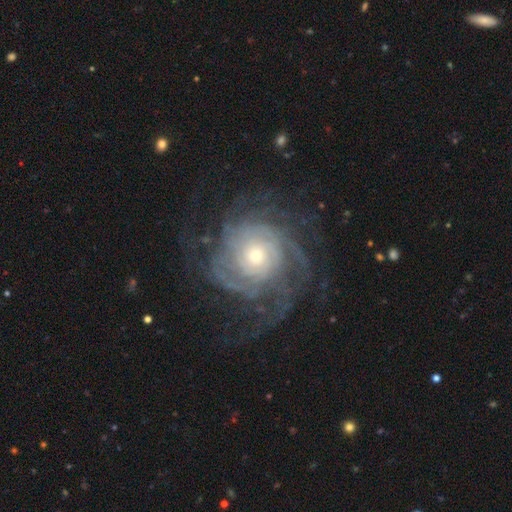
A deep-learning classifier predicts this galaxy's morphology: Q: Smooth or featured?
A: featured or disk (86%); runner-up: smooth (7%)
Q: Edge-on disk?
A: no (97%); runner-up: yes (3%)
Q: Bar?
A: no (81%); runner-up: weak (15%)
Q: Spiral arms?
A: yes (95%); runner-up: no (5%)
Q: Spiral winding?
A: tight (67%); runner-up: medium (24%)
Q: Spiral arm count?
A: can't tell (35%); runner-up: 4 (17%)
Q: Bulge size?
A: small (58%); runner-up: moderate (35%)
Q: Merging?
A: none (65%); runner-up: major disturbance (18%)